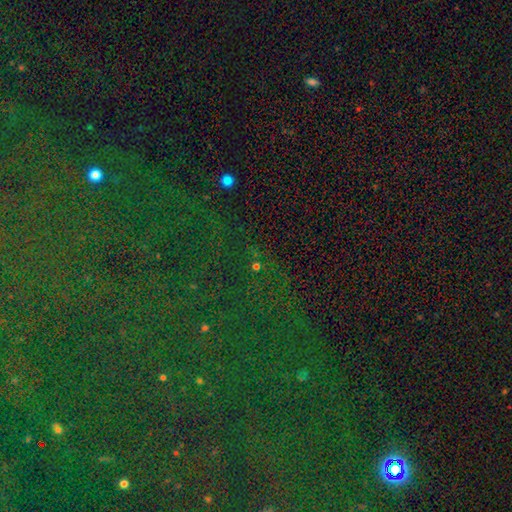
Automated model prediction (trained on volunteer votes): Overall: star or artifact (84%).